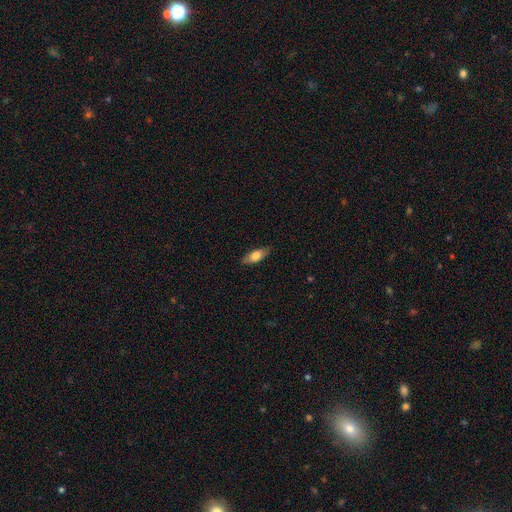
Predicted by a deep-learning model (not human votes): Morphology: type=smooth (73%); roundness=in between (75%); merging=none (85%).